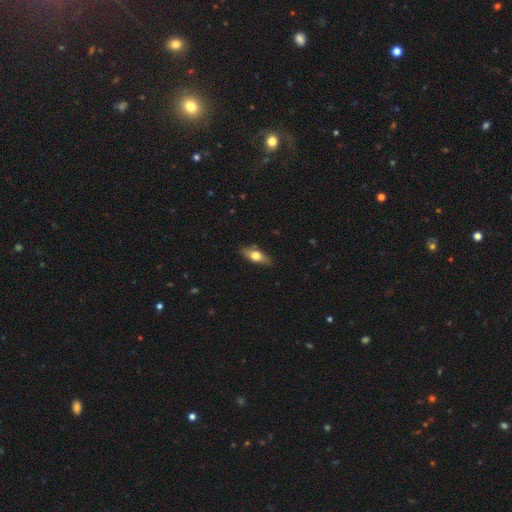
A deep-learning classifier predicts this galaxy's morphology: The model was most divided on "smooth or featured": smooth: 58%, featured or disk: 36%, star or artifact: 6%. More confident: merging — none (84%); how rounded — in between (66%).